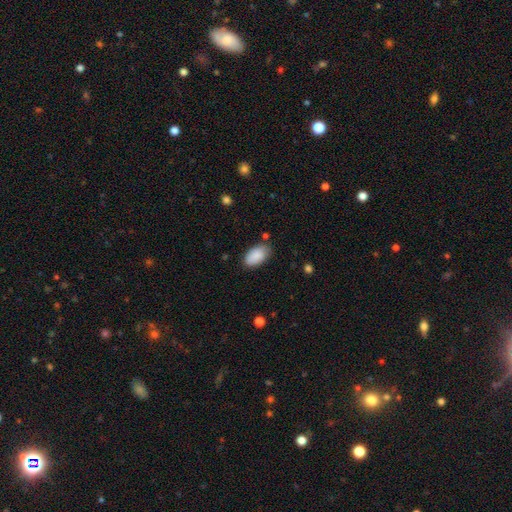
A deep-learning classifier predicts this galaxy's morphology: The model was most divided on "merging": none: 77%, minor disturbance: 17%, major disturbance: 4%, merger: 2%. More confident: how rounded — in between (95%); smooth or featured — smooth (89%).